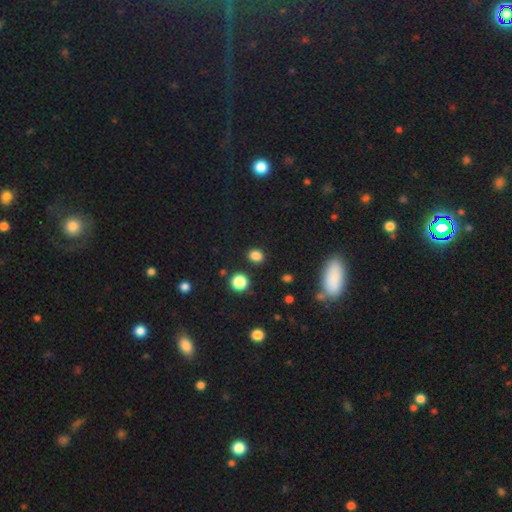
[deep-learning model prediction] This appears to be a smooth galaxy with no disk features (82%) that is round (57%). Merging: none (87%).